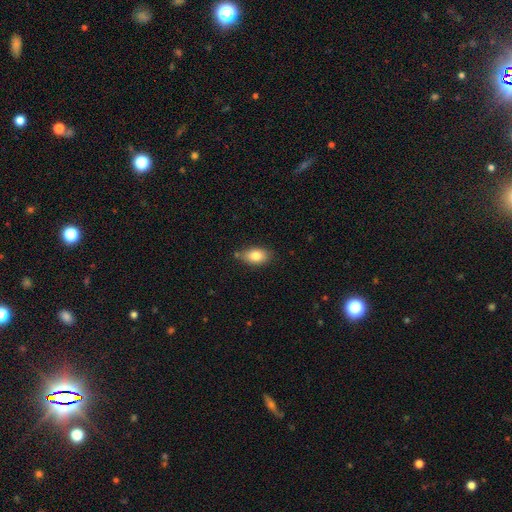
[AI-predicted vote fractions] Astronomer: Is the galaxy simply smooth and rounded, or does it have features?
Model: smooth — 82%.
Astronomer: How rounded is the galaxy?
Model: in between — 87%.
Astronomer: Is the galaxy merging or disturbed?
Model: none — 72%.